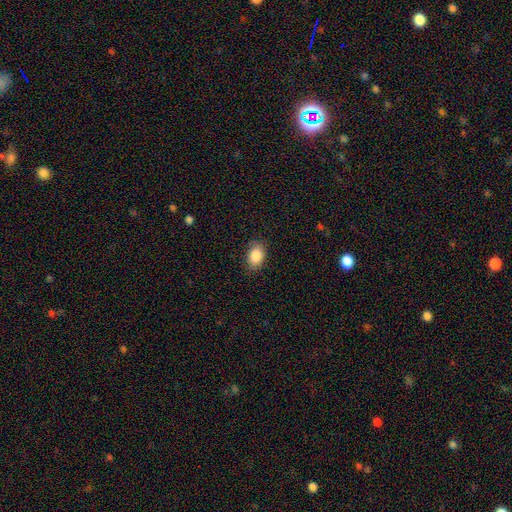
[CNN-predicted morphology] A smooth galaxy with no disk features (87%) that is in between round and cigar-shaped (82%). Merging: none (78%).